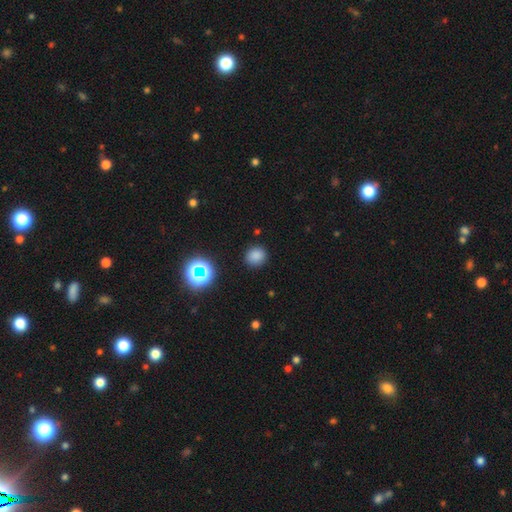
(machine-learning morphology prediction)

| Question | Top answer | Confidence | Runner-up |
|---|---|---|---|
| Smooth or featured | smooth | 80% | star or artifact (16%) |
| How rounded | round | 81% | in between (18%) |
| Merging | none | 88% | minor disturbance (8%) |